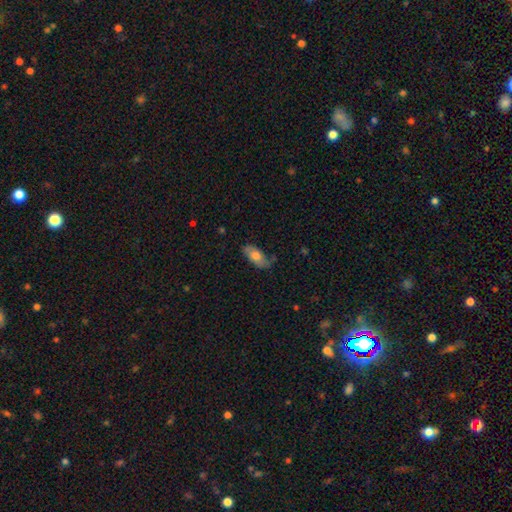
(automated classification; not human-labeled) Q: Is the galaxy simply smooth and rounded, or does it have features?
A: smooth — 65%.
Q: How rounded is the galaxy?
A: in between — 88%.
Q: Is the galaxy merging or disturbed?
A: none — 69%.